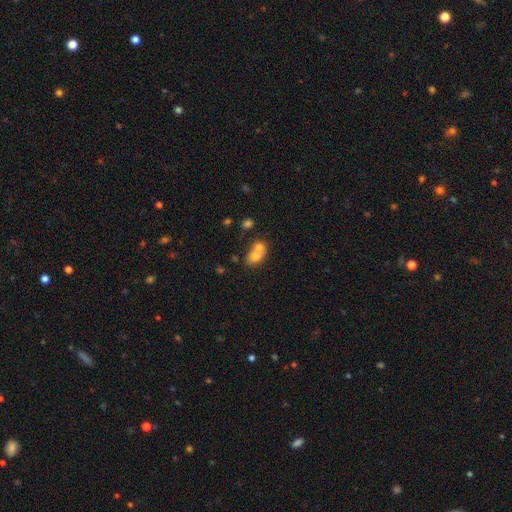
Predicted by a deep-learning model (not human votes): smooth_or_featured: smooth (p=0.71) [alt: featured or disk p=0.19]
how_rounded: in between (p=0.62) [alt: round p=0.36]
merging: merger (p=0.67) [alt: none p=0.21]